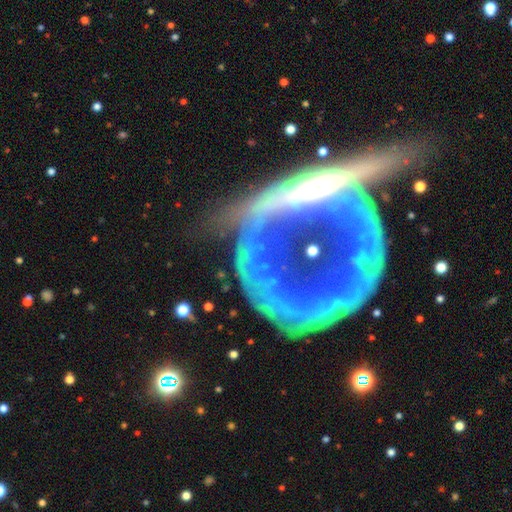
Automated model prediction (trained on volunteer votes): This appears to be a featured or disk galaxy (72%) with no bar (58%), no spiral arms (67%) and a moderate central bulge (34%). Merging: major disturbance (52%).